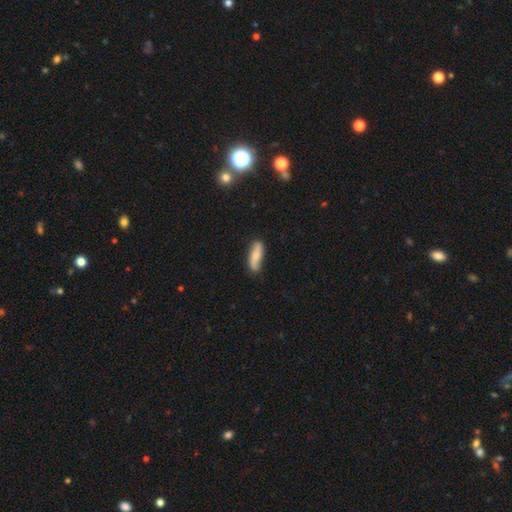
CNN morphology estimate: smooth_or_featured: smooth (p=0.56) [alt: featured or disk p=0.38]
how_rounded: in between (p=0.50) [alt: cigar-shaped p=0.47]
merging: none (p=0.79) [alt: minor disturbance p=0.16]